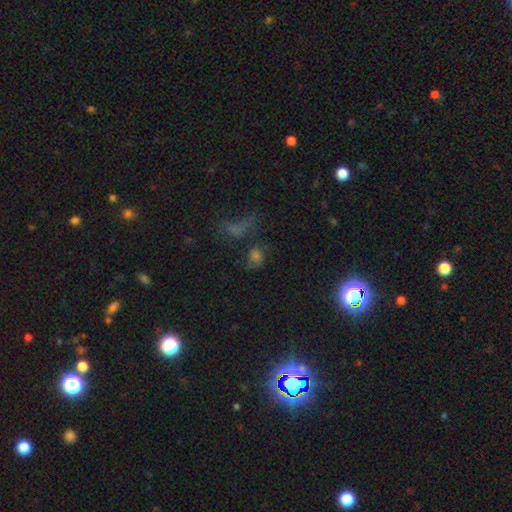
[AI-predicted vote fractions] smooth 47%, star or artifact 38%, featured or disk 15%. Down the decision tree: merging — none (49%).